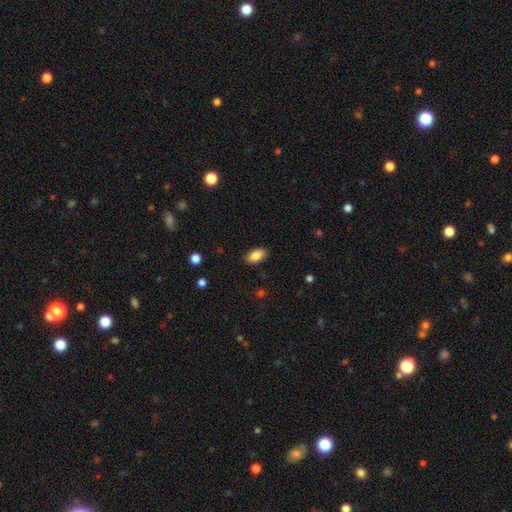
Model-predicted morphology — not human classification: Smooth or featured?
  - smooth: 86% *
  - star or artifact: 7%
  - featured or disk: 7%
How rounded?
  - in between: 90% *
  - cigar-shaped: 7%
  - round: 3%
Merging?
  - none: 88% *
  - minor disturbance: 9%
  - major disturbance: 2%
  - merger: 1%